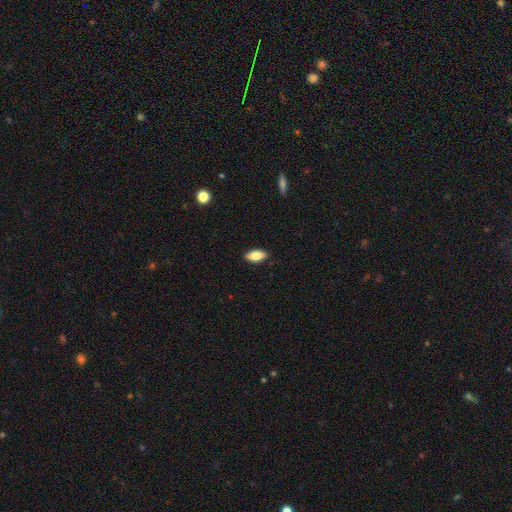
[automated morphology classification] Smooth or featured? Predicted: smooth (p=0.81). How rounded? Predicted: in between (p=0.88). Merging? Predicted: none (p=0.87).